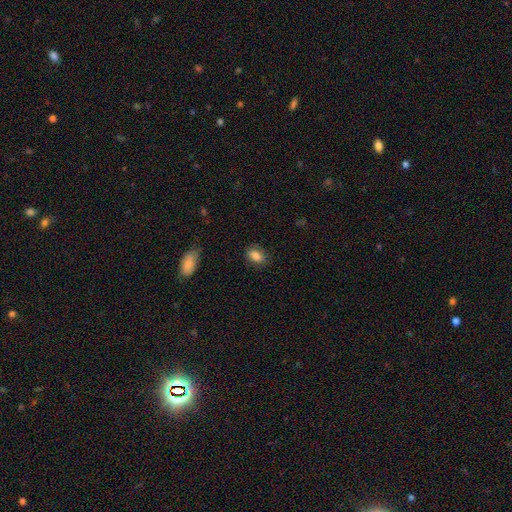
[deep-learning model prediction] A smooth galaxy with no disk features (85%) that is in between round and cigar-shaped (80%). Merging: none (81%).